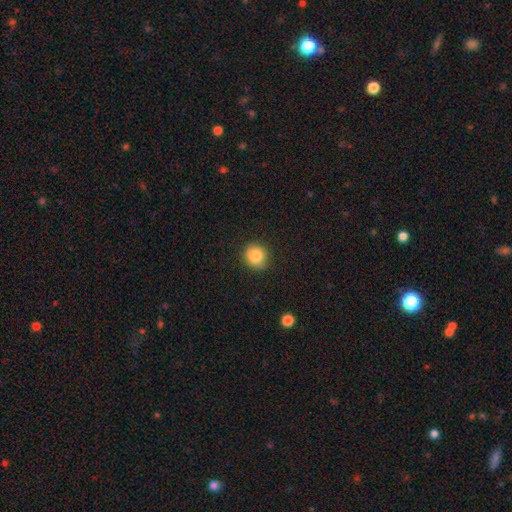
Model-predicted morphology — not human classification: A smooth galaxy with no disk features (84%) that is round (81%).

Vote fractions:
- Smooth or featured? smooth: 84% / star or artifact: 10% / featured or disk: 7%
- How rounded? round: 81% / in between: 18% / cigar-shaped: 1%
- Merging? none: 86% / minor disturbance: 11% / major disturbance: 2% / merger: 1%